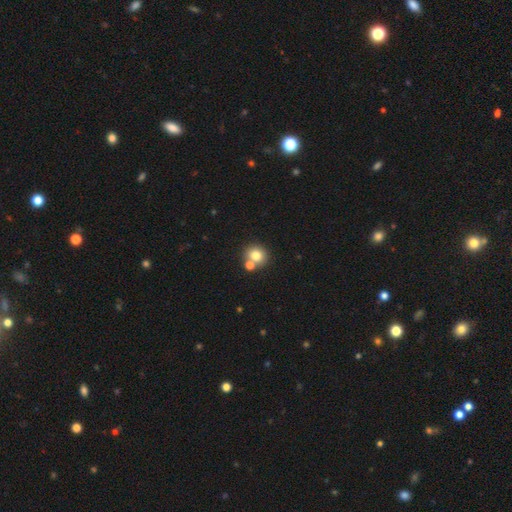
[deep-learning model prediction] smooth-or-featured: smooth: 78% | star or artifact: 12% | featured or disk: 10%
  how-rounded: round: 83% | in between: 16% | cigar-shaped: 1%
  merging: none: 61% | merger: 28% | minor disturbance: 8% | major disturbance: 3%